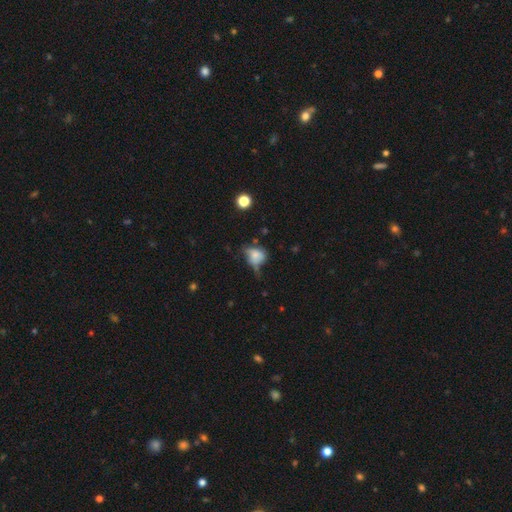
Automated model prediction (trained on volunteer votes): Smooth or featured: smooth — 66% (featured or disk — 22%)
How rounded: in between — 53% (round — 46%)
Merging: minor disturbance — 35% (none — 32%)